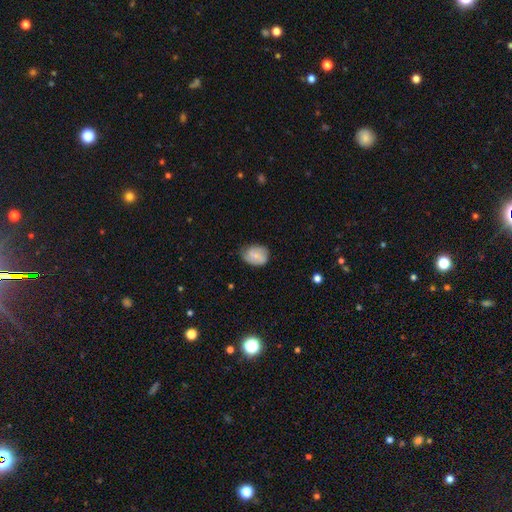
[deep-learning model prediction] Smooth or featured? Predicted: smooth (p=0.69). How rounded? Predicted: in between (p=0.64). Merging? Predicted: none (p=0.60).